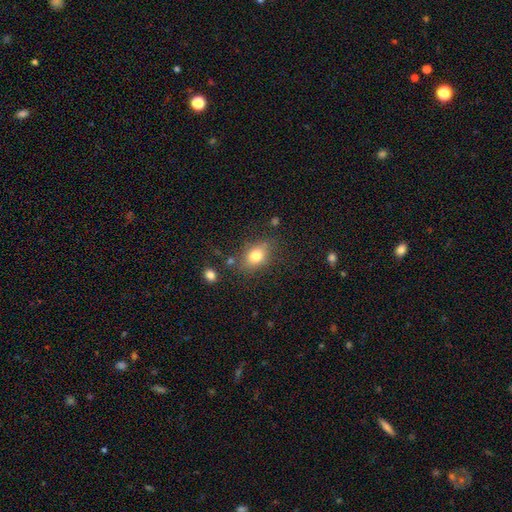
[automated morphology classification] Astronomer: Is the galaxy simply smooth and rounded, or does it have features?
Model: smooth — 78%.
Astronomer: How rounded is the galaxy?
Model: in between — 68%.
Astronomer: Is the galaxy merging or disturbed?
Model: none — 74%.